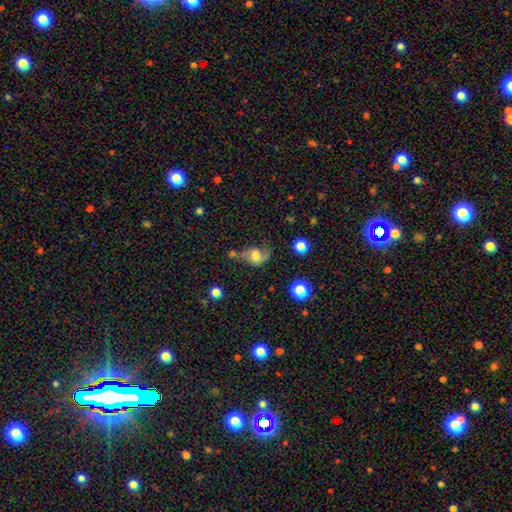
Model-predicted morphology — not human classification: Smooth or featured? featured or disk (56%)
Edge-on disk? no (96%)
Bar? no (60%)
Spiral arms? yes (87%)
Bulge size? moderate (56%)
Merging? none (44%)